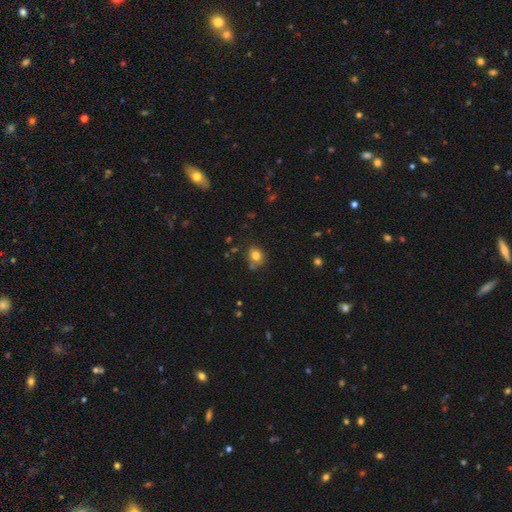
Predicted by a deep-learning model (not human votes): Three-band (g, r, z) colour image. It shows a smooth galaxy with no disk features (78%) that is round (58%). Merging: none (69%).